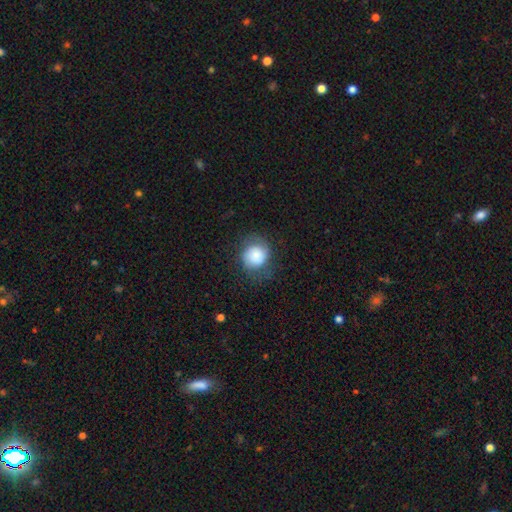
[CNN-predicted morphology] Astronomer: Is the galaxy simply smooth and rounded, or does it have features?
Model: smooth — 71%.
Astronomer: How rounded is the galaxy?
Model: round — 83%.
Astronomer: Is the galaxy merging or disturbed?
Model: none — 63%.